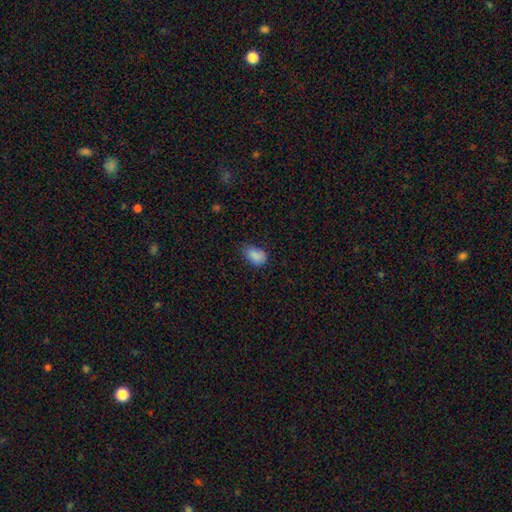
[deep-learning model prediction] A smooth galaxy with no disk features (86%) that is in between round and cigar-shaped (84%).

Vote fractions:
- Smooth or featured? smooth: 86% / star or artifact: 9% / featured or disk: 5%
- How rounded? in between: 84% / round: 15% / cigar-shaped: 1%
- Merging? none: 58% / minor disturbance: 33% / major disturbance: 7% / merger: 2%